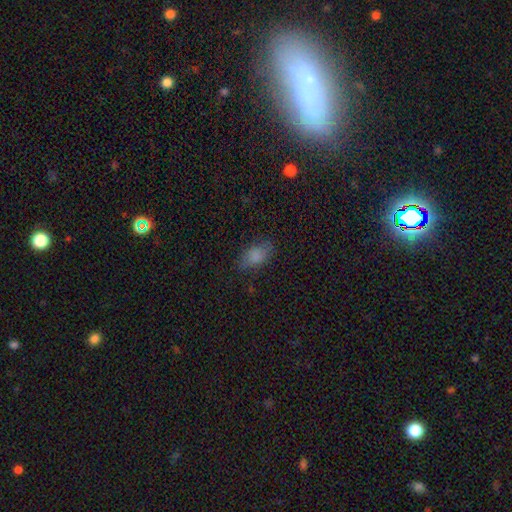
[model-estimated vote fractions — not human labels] This appears to be a smooth galaxy with no disk features (81%) that is in between round and cigar-shaped (90%). Merging: none (76%).